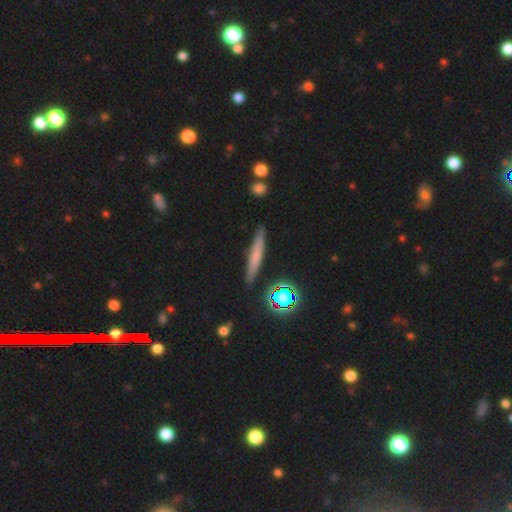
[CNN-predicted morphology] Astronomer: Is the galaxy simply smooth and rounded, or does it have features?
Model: smooth — 59%.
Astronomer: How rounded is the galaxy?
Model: cigar-shaped — 91%.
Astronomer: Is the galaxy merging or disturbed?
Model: none — 88%.